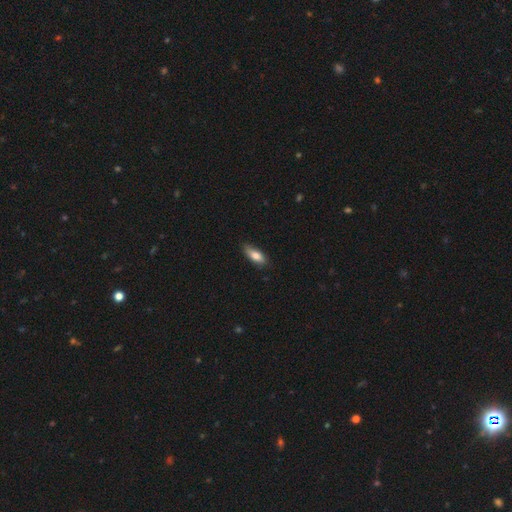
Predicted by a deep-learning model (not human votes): Smooth or featured? Predicted: smooth (p=0.79). How rounded? Predicted: in between (p=0.72). Merging? Predicted: none (p=0.74).